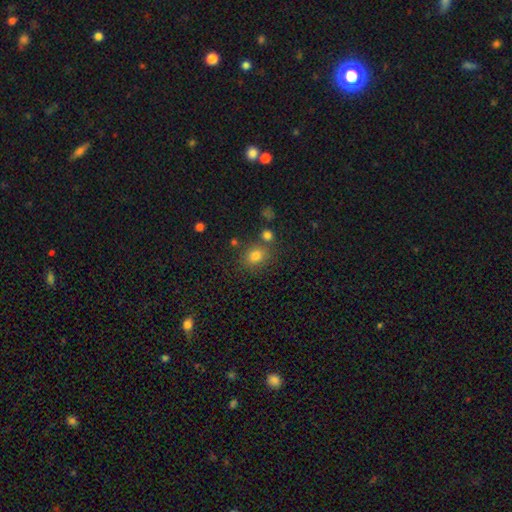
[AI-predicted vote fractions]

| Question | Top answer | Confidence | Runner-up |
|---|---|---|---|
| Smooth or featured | smooth | 79% | star or artifact (14%) |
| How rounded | round | 66% | in between (33%) |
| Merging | none | 73% | merger (12%) |